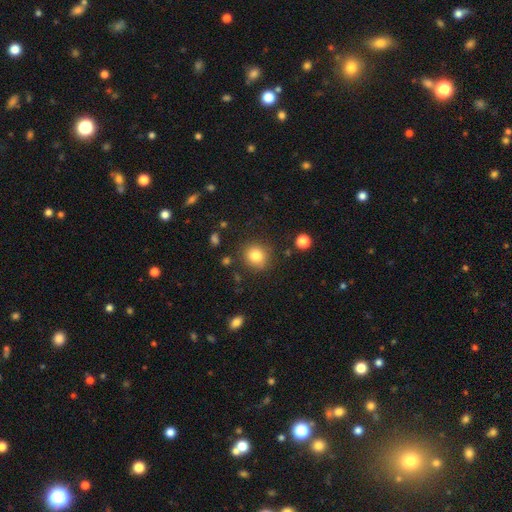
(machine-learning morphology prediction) Smooth or featured: smooth — 82% (star or artifact — 11%)
How rounded: round — 85% (in between — 14%)
Merging: none — 84% (minor disturbance — 10%)